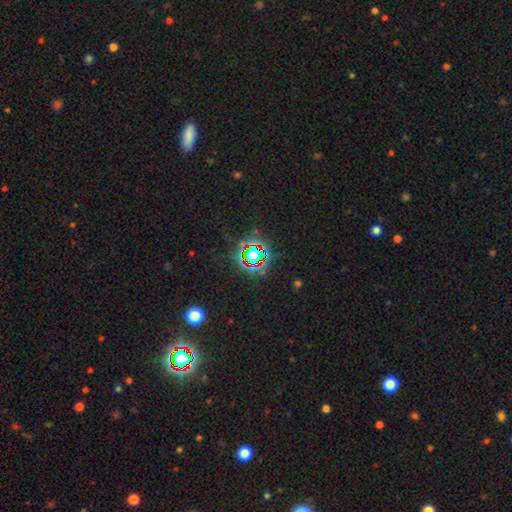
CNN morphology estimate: Smooth or featured? Predicted: star or artifact (p=0.75).